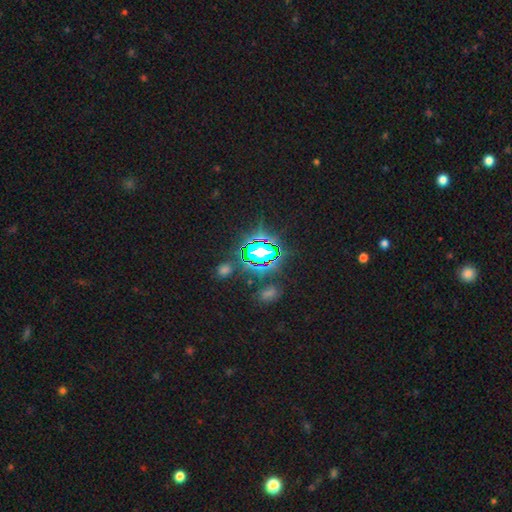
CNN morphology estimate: Smooth or featured: star or artifact — 78% (smooth — 14%)